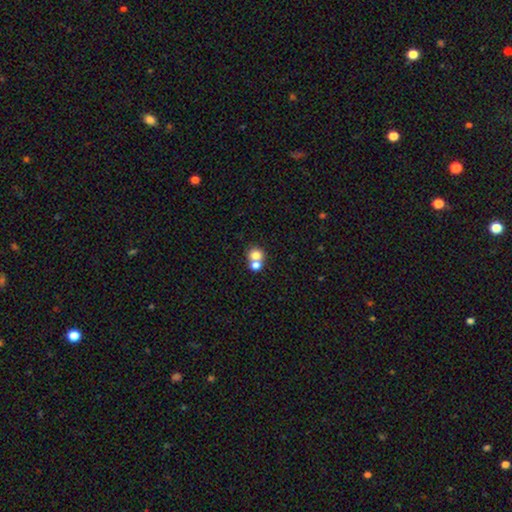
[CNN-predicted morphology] This is likely a smooth galaxy (76%). How rounded: likely round (75%). Merging: possibly merger (56%).